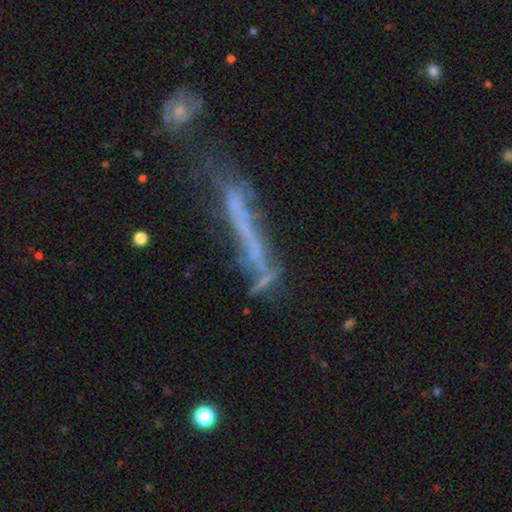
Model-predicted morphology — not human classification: Smooth or featured: featured or disk — 44% (smooth — 34%)
Merging: none — 40% (merger — 24%)